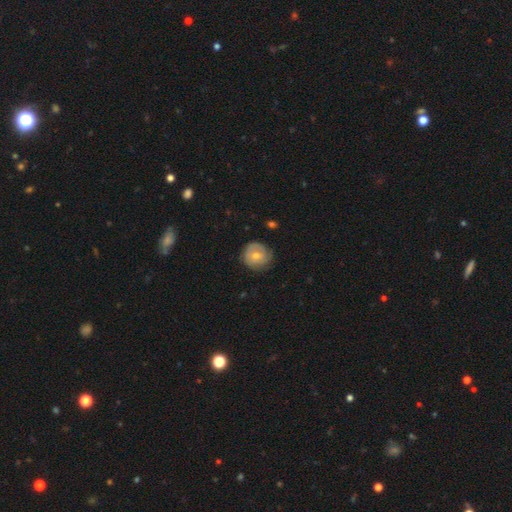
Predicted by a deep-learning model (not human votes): Q: Smooth or featured?
A: smooth (53%); runner-up: featured or disk (40%)
Q: How rounded?
A: round (88%); runner-up: in between (11%)
Q: Merging?
A: none (73%); runner-up: minor disturbance (21%)